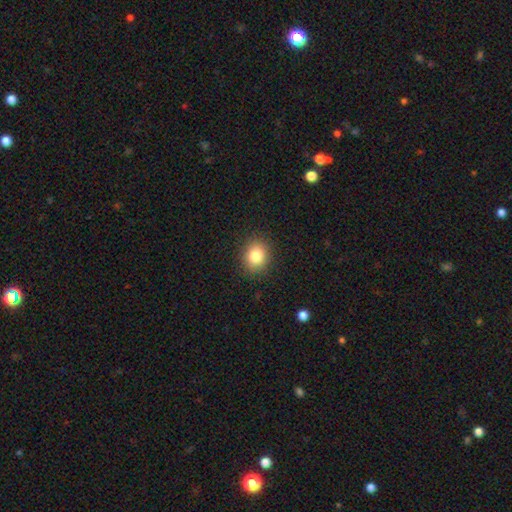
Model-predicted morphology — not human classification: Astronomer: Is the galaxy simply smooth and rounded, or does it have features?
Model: smooth — 83%.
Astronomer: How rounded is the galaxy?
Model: round — 66%.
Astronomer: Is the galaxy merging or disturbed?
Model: none — 89%.